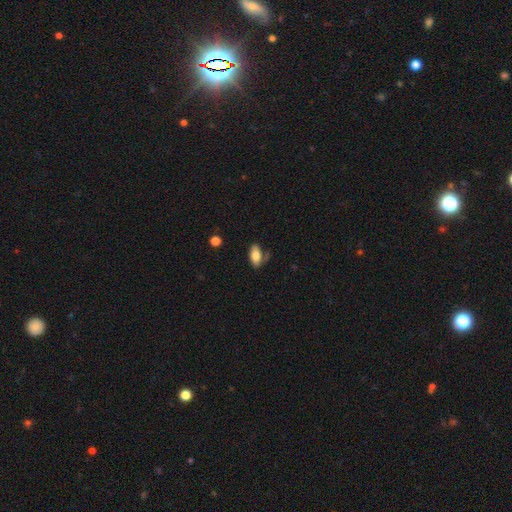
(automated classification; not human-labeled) Overall: smooth (77%). How rounded: in between (92%). Merging: none (63%; minor disturbance 24%).